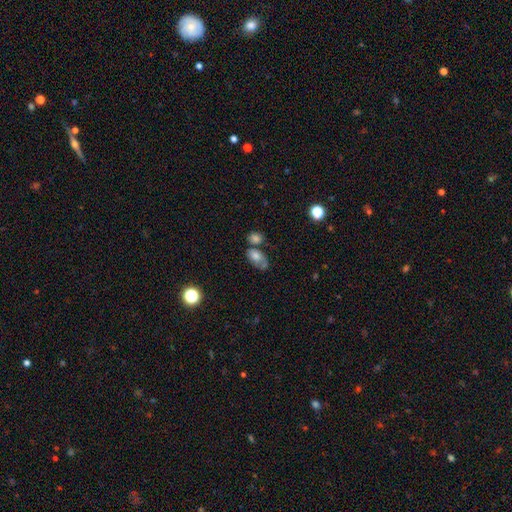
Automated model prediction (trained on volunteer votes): Morphology: type=smooth (61%); roundness=in between (84%); merging=none (37%).